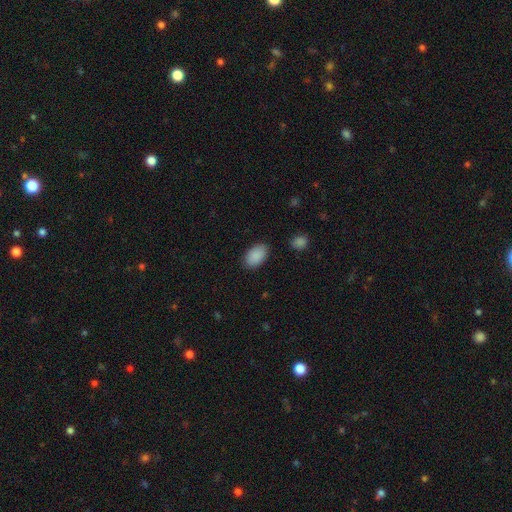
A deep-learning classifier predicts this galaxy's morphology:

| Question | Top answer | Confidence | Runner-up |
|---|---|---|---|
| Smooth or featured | smooth | 90% | star or artifact (7%) |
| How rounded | in between | 93% | round (6%) |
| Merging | none | 85% | minor disturbance (11%) |